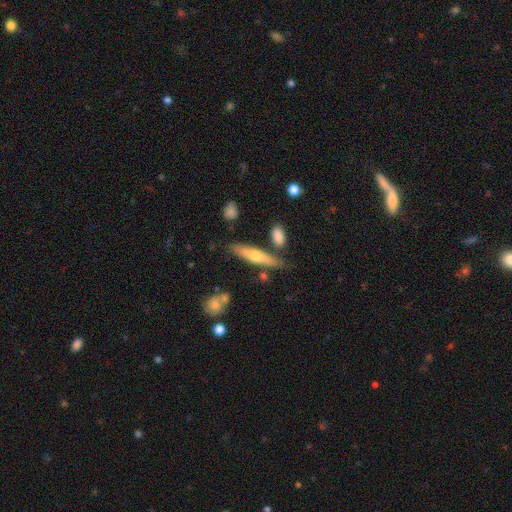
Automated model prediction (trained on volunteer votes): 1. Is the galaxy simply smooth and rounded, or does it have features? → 52% smooth, 42% featured or disk, 6% star or artifact.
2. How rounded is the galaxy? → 80% cigar-shaped, 18% in between, 2% round.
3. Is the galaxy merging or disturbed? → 76% none, 14% minor disturbance, 8% merger, 3% major disturbance.